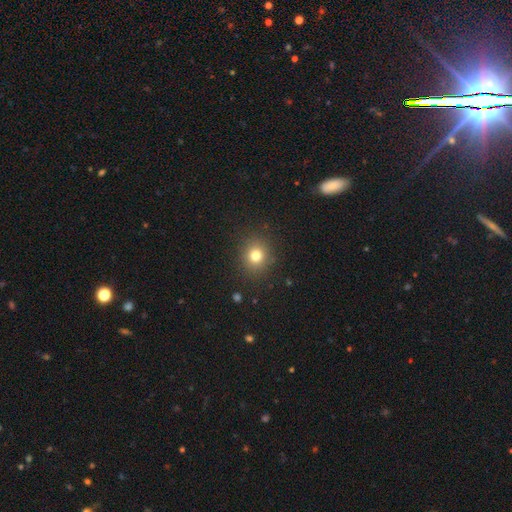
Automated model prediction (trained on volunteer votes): smooth 78%, star or artifact 14%, featured or disk 8%. Down the decision tree: how rounded — round (84%); merging — none (89%).